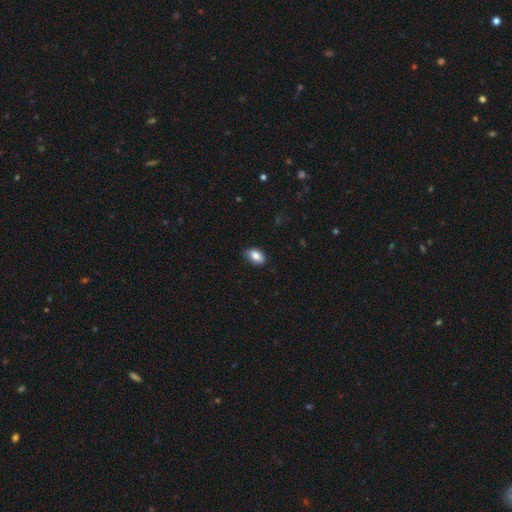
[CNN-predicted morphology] Smooth or featured?
  - smooth: 83% *
  - featured or disk: 9%
  - star or artifact: 7%
How rounded?
  - in between: 90% *
  - round: 8%
  - cigar-shaped: 2%
Merging?
  - none: 77% *
  - minor disturbance: 19%
  - major disturbance: 3%
  - merger: 1%